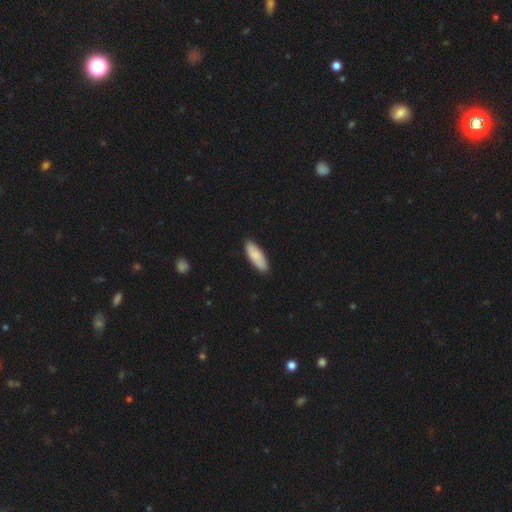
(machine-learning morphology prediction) Overall: smooth (87%). How rounded: in between (65%; cigar-shaped 34%). Merging: none (88%).